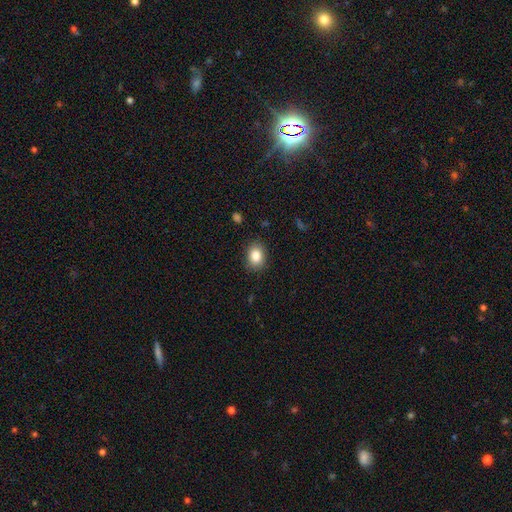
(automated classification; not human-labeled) smooth_or_featured: smooth (p=0.85) [alt: star or artifact p=0.09]
how_rounded: in between (p=0.63) [alt: round p=0.36]
merging: none (p=0.87) [alt: minor disturbance p=0.09]